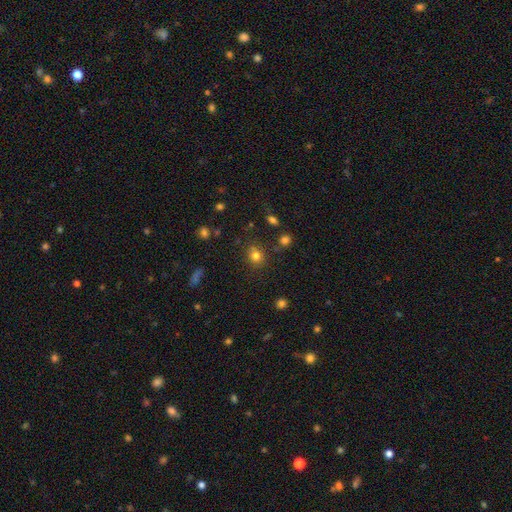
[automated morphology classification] A smooth galaxy with no disk features (78%) that is round (77%).

Vote fractions:
- Smooth or featured? smooth: 78% / star or artifact: 15% / featured or disk: 7%
- How rounded? round: 77% / in between: 22% / cigar-shaped: 1%
- Merging? none: 78% / minor disturbance: 12% / merger: 6% / major disturbance: 4%